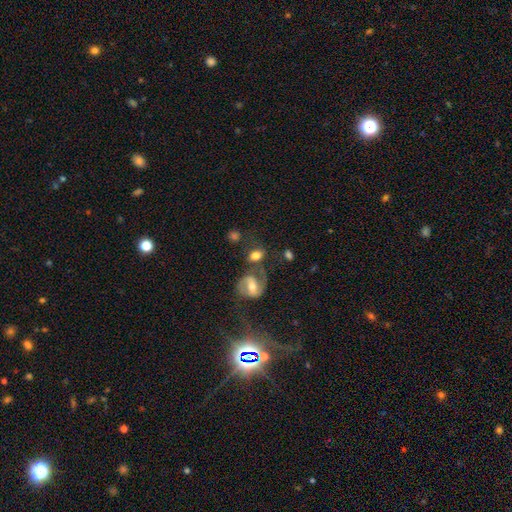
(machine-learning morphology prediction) smooth-or-featured: smooth: 61% | featured or disk: 30% | star or artifact: 9%
  how-rounded: in between: 62% | round: 35% | cigar-shaped: 2%
  merging: none: 49% | merger: 25% | minor disturbance: 16% | major disturbance: 10%